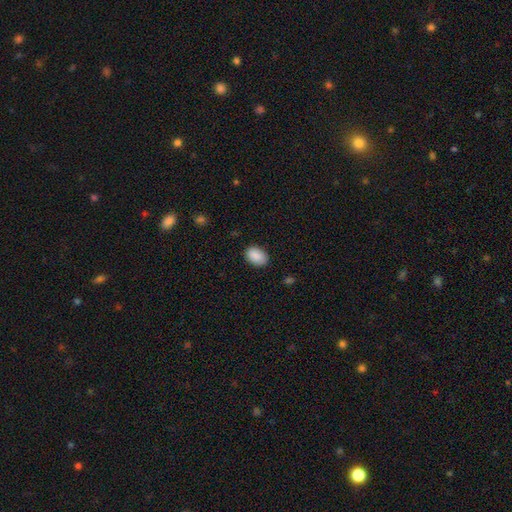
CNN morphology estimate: Q: Smooth or featured?
A: smooth (90%); runner-up: star or artifact (7%)
Q: How rounded?
A: in between (82%); runner-up: round (17%)
Q: Merging?
A: none (84%); runner-up: minor disturbance (12%)